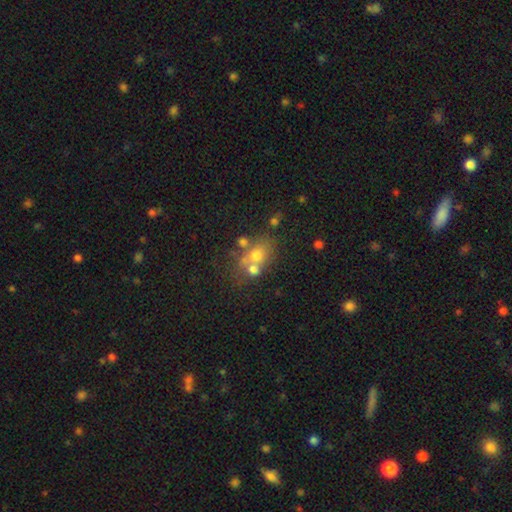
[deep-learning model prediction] Q: Smooth or featured?
A: smooth (60%); runner-up: featured or disk (24%)
Q: How rounded?
A: in between (50%); runner-up: round (48%)
Q: Merging?
A: none (42%); runner-up: merger (38%)